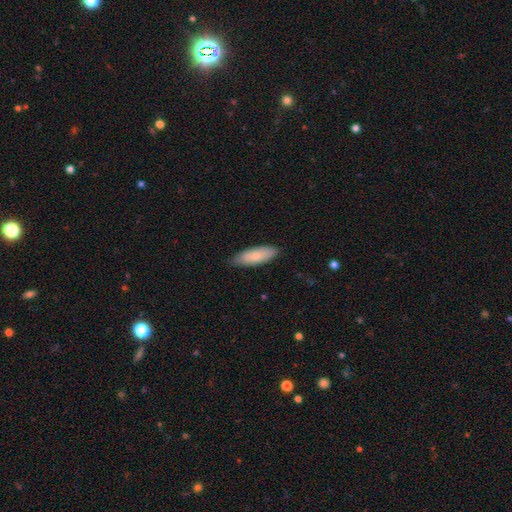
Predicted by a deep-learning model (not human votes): Overall: smooth (78%). How rounded: in between (60%; cigar-shaped 38%). Merging: none (81%).